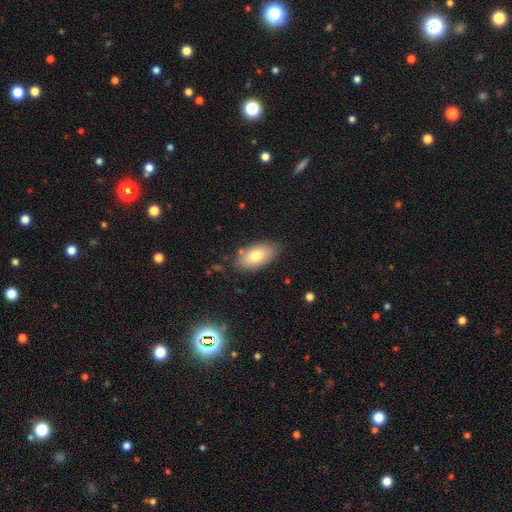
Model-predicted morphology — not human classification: A smooth galaxy with no disk features (76%) that is in between round and cigar-shaped (93%). Merging: none (80%).